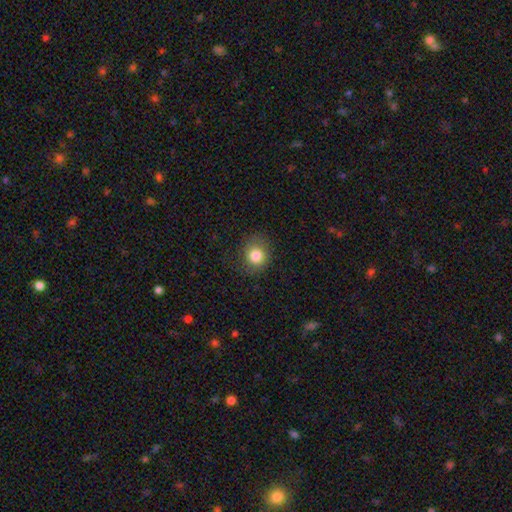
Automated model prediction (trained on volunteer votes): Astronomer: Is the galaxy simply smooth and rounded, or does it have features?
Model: smooth — 82%.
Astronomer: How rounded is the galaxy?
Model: round — 79%.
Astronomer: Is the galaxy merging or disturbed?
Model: none — 79%.